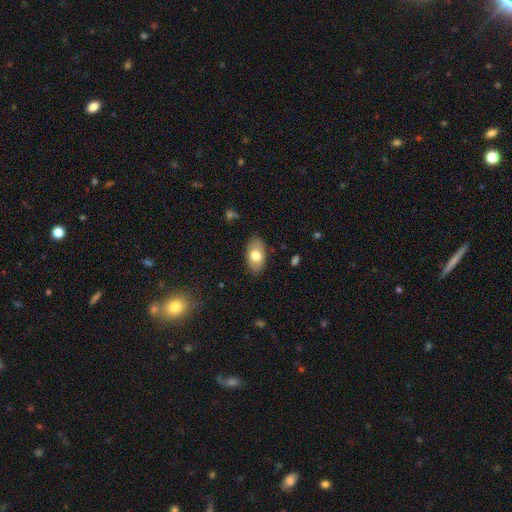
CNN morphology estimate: The model was most divided on "smooth or featured": smooth: 73%, featured or disk: 21%, star or artifact: 7%. More confident: how rounded — in between (93%); merging — none (84%).